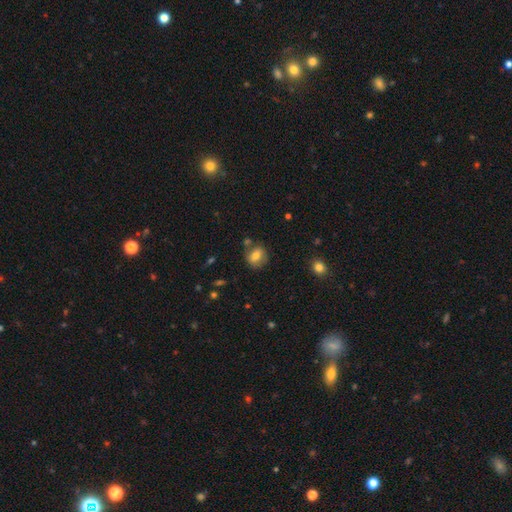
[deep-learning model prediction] smooth_or_featured: smooth (p=0.70) [alt: featured or disk p=0.20]
how_rounded: round (p=0.63) [alt: in between p=0.36]
merging: none (p=0.73) [alt: minor disturbance p=0.15]